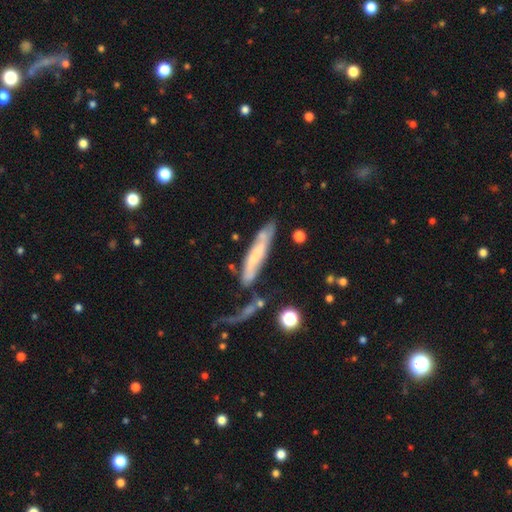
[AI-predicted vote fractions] The model was most divided on "edge-on disk": yes: 51%, no: 49%. Remaining: smooth or featured — featured or disk (53%); merging — none (40%).